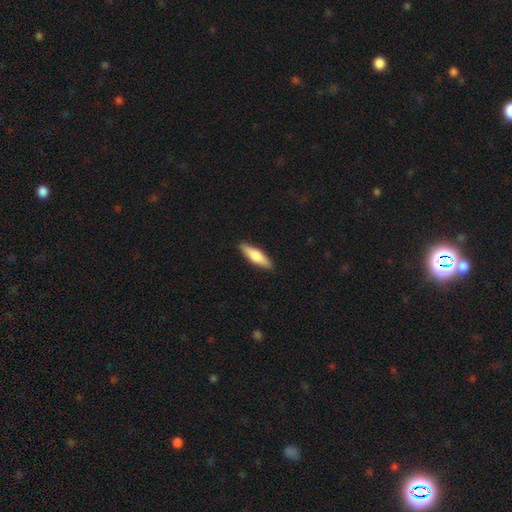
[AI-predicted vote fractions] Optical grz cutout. It shows a smooth galaxy with no disk features (68%) that is cigar-shaped (63%). Merging: none (90%).